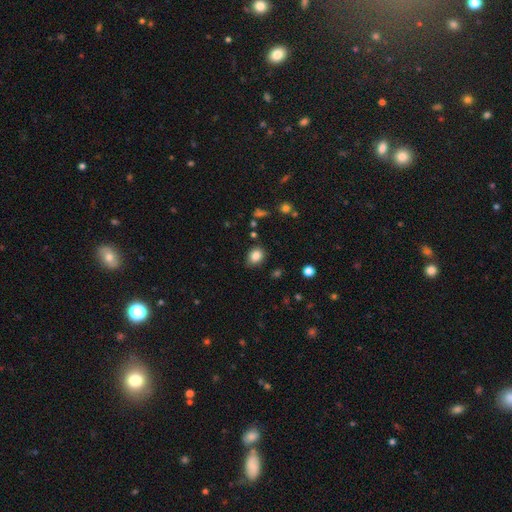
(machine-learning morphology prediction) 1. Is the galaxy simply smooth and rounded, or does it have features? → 85% smooth, 10% star or artifact, 5% featured or disk.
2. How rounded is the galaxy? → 50% round, 49% in between, 1% cigar-shaped.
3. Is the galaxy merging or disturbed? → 82% none, 13% minor disturbance, 3% major disturbance, 2% merger.